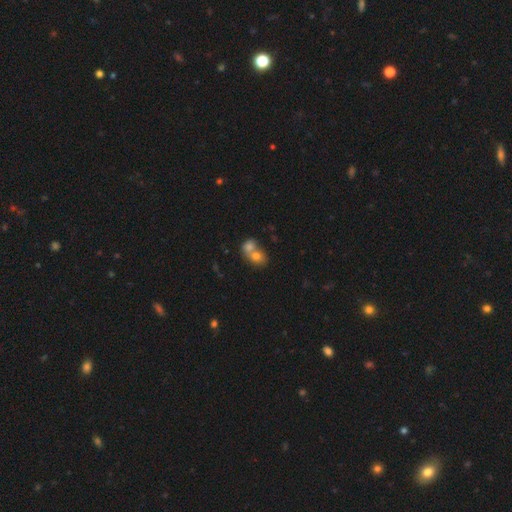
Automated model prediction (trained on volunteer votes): This is likely a smooth galaxy (73%). How rounded: possibly round (53%). Merging: likely merger (70%).